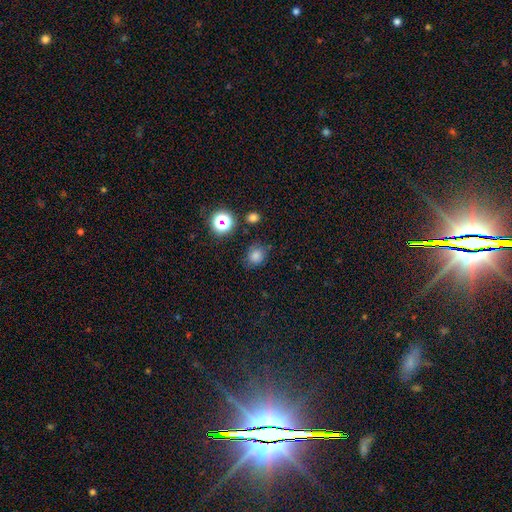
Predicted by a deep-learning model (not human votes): smooth 75%, star or artifact 18%, featured or disk 6%. Down the decision tree: how rounded — round (75%); merging — none (76%).